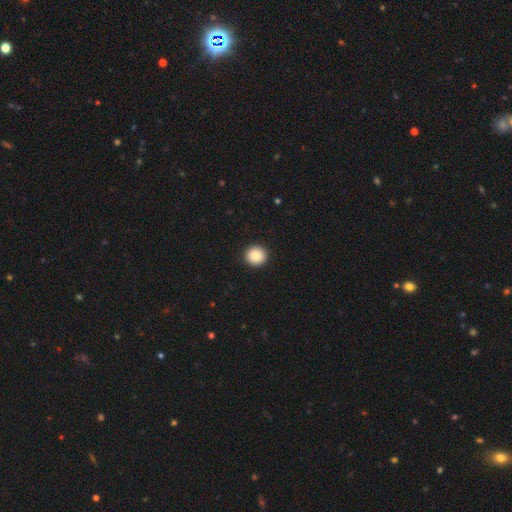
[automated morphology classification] A smooth galaxy with no disk features (89%) that is round (94%). Merging: none (94%).